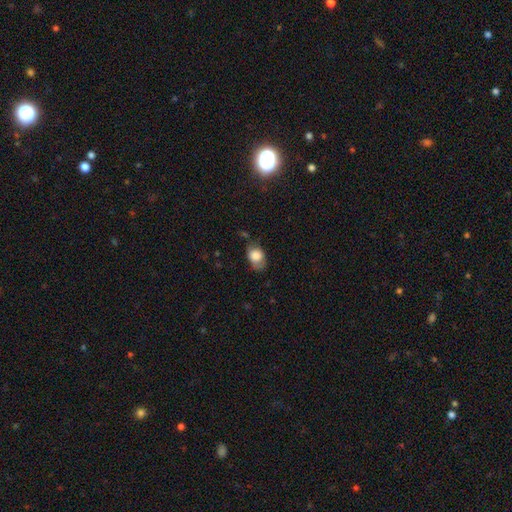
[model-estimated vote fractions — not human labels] smooth-or-featured: smooth: 79% | featured or disk: 13% | star or artifact: 8%
  how-rounded: in between: 74% | round: 25% | cigar-shaped: 1%
  merging: none: 52% | minor disturbance: 34% | major disturbance: 11% | merger: 3%